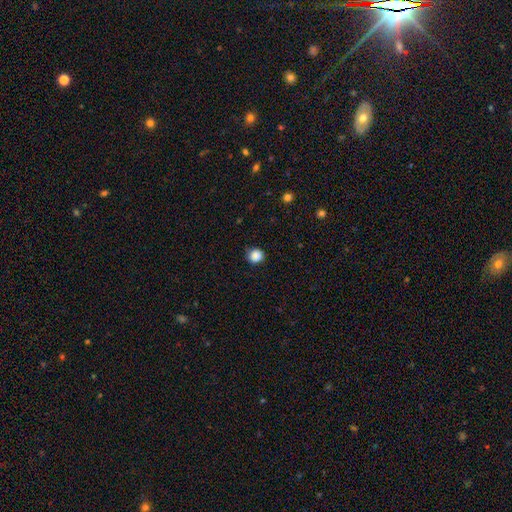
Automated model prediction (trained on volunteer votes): Smooth or featured: smooth — 87% (star or artifact — 10%)
How rounded: round — 90% (in between — 10%)
Merging: none — 88% (minor disturbance — 9%)